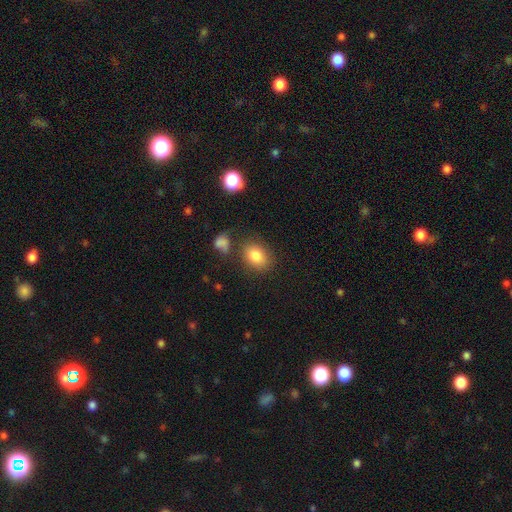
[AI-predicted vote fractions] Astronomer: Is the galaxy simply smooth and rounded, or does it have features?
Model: smooth — 83%.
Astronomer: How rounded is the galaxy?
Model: in between — 65%.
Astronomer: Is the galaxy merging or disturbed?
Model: none — 75%.